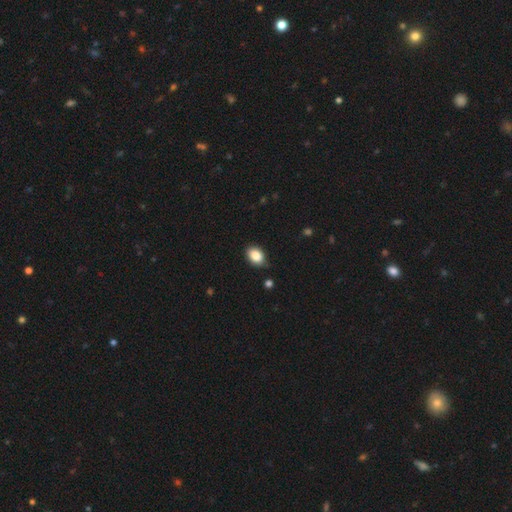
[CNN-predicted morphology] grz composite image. It shows a smooth galaxy with no disk features (87%) that is in between round and cigar-shaped (81%). Merging: none (85%).